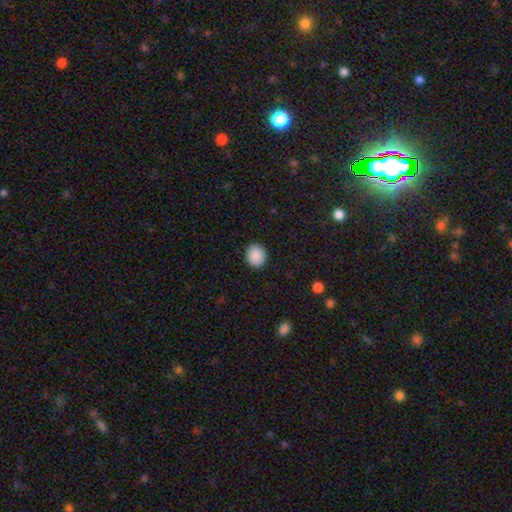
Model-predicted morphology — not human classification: Smooth or featured? Predicted: smooth (p=0.90). How rounded? Predicted: round (p=0.78). Merging? Predicted: none (p=0.91).